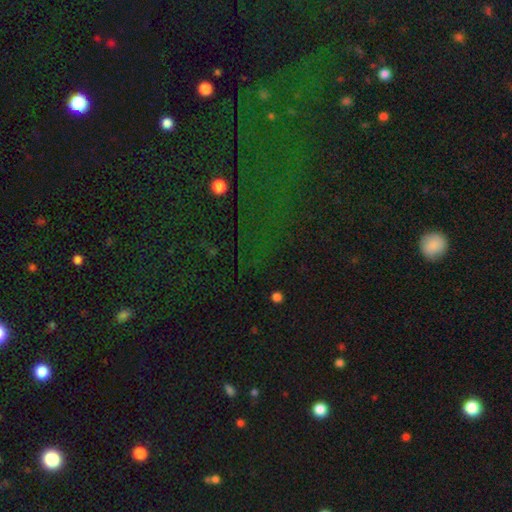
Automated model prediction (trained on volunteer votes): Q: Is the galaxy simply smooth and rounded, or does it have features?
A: star or artifact — 73%.